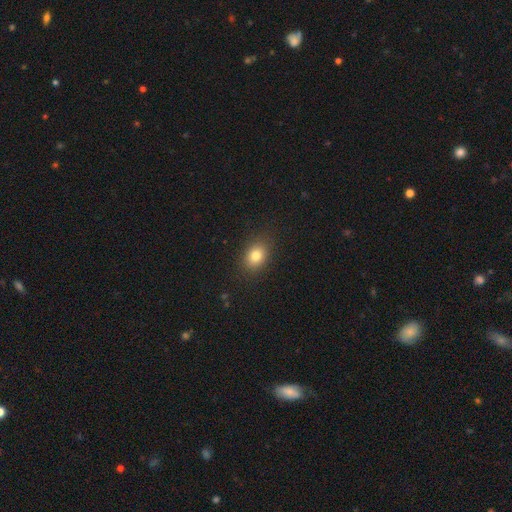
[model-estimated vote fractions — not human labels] Smooth or featured: smooth — 81% (star or artifact — 11%)
How rounded: in between — 67% (round — 32%)
Merging: none — 86% (minor disturbance — 9%)